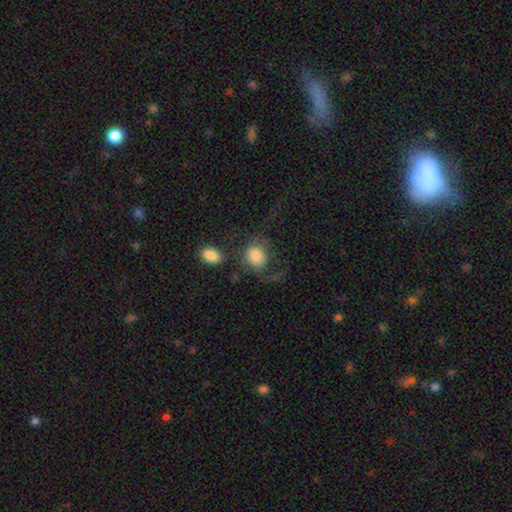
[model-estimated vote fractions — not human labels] Q: Smooth or featured?
A: smooth (76%); runner-up: featured or disk (16%)
Q: How rounded?
A: round (70%); runner-up: in between (29%)
Q: Merging?
A: none (40%); runner-up: major disturbance (30%)